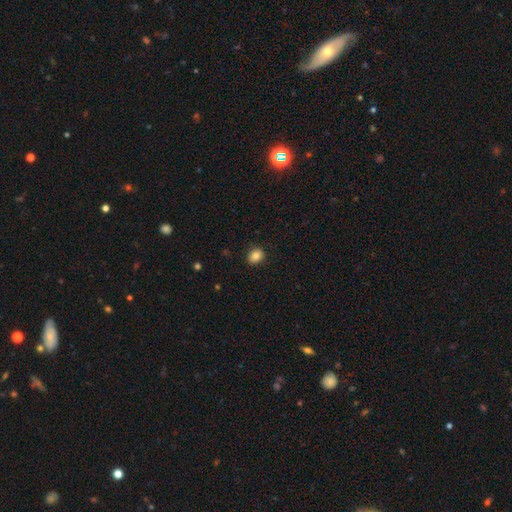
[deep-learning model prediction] Smooth or featured? smooth (84%)
How rounded? round (52%)
Merging? none (88%)